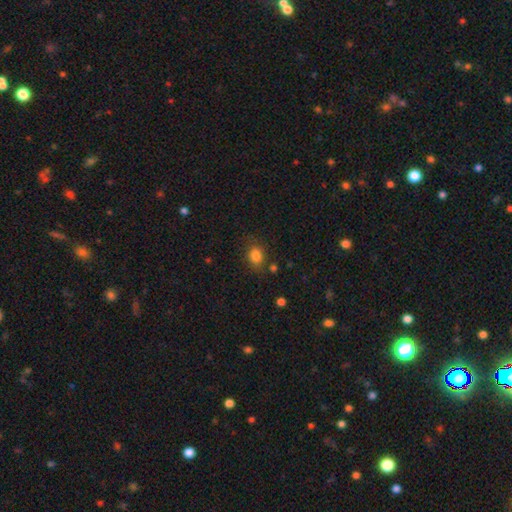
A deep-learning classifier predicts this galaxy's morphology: Overall: smooth (83%). How rounded: in between (53%; round 46%). Merging: none (76%).